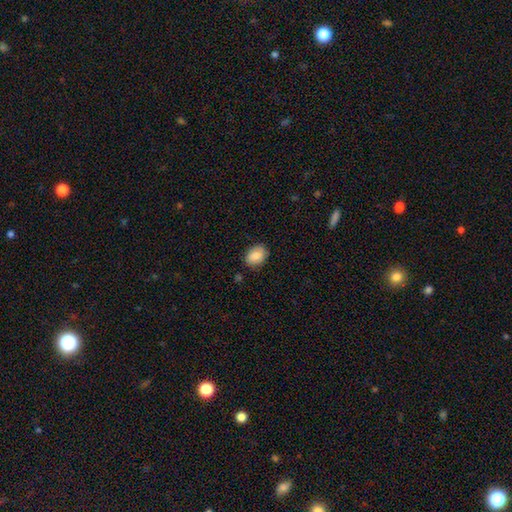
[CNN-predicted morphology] This appears to be a smooth galaxy with no disk features (85%) that is in between round and cigar-shaped (75%). Merging: none (83%).